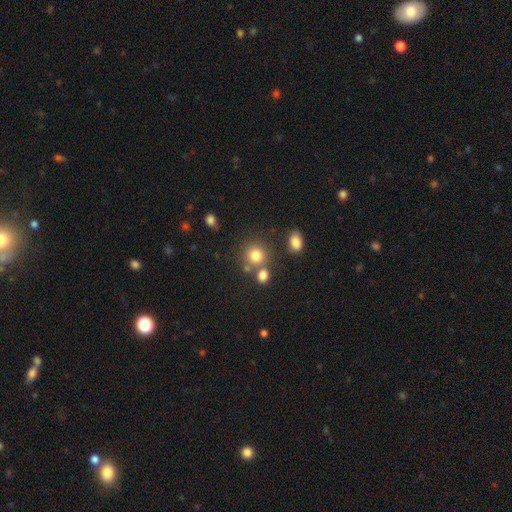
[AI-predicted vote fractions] Smooth or featured?
  - smooth: 79% *
  - star or artifact: 13%
  - featured or disk: 8%
How rounded?
  - round: 84% *
  - in between: 16%
  - cigar-shaped: 1%
Merging?
  - none: 64% *
  - merger: 22%
  - minor disturbance: 10%
  - major disturbance: 5%